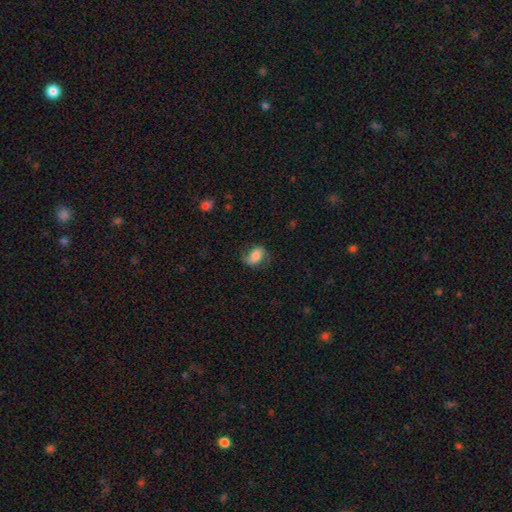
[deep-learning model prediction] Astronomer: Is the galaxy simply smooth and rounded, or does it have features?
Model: smooth — 55% (runner-up: featured or disk, 36%).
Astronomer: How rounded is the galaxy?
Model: in between — 72%.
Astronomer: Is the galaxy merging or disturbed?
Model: none — 60%.